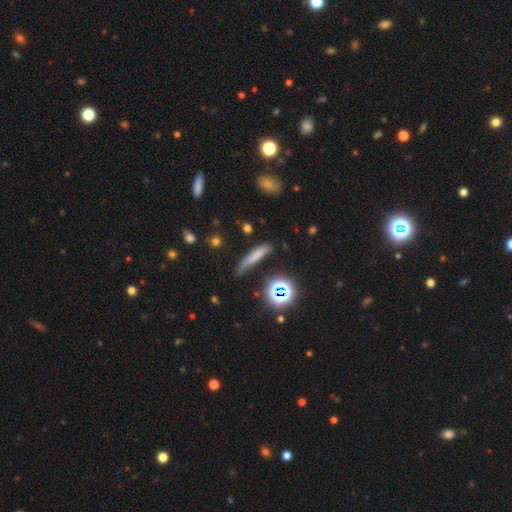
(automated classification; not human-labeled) Overall: smooth (67%). How rounded: cigar-shaped (82%). Merging: none (58%; minor disturbance 27%).